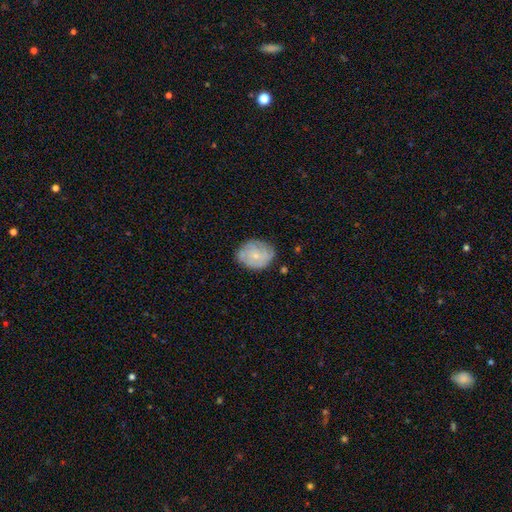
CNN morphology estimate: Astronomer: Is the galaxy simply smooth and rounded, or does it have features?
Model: featured or disk — 54% (runner-up: smooth, 38%).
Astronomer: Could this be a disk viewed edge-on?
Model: no — 97%.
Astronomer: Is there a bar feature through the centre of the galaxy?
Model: no — 83%.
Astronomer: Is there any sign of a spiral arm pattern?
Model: yes — 78%.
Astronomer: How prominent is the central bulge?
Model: small — 75%.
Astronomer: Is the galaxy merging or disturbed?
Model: none — 72%.